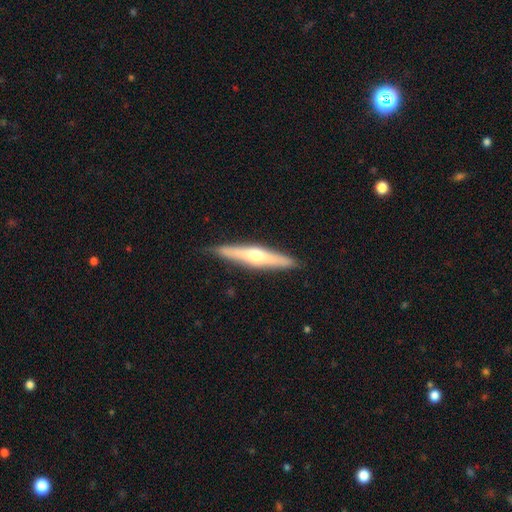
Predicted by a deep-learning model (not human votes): Smooth or featured? Predicted: featured or disk (p=0.68). Edge-on disk? Predicted: yes (p=0.96). Edge-on bulge? Predicted: rounded (p=0.86). Merging? Predicted: none (p=0.90).